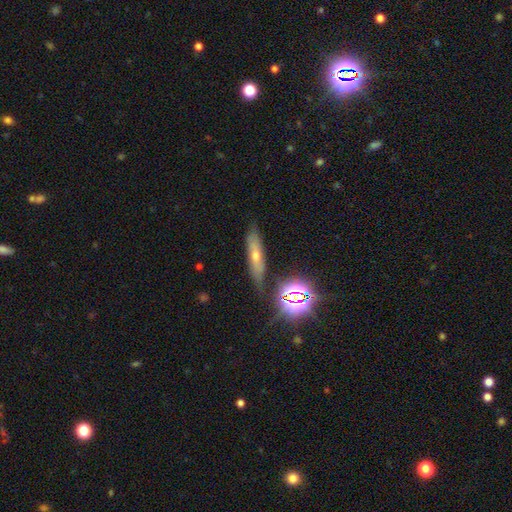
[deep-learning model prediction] Smooth or featured?
  - smooth: 39% *
  - featured or disk: 38%
  - star or artifact: 24%
Merging?
  - none: 80% *
  - minor disturbance: 13%
  - major disturbance: 4%
  - merger: 3%